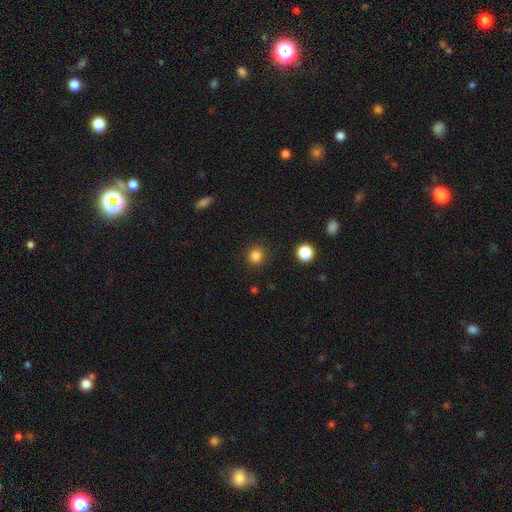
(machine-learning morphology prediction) This appears to be a smooth galaxy with no disk features (83%) that is round (91%). Merging: none (91%).